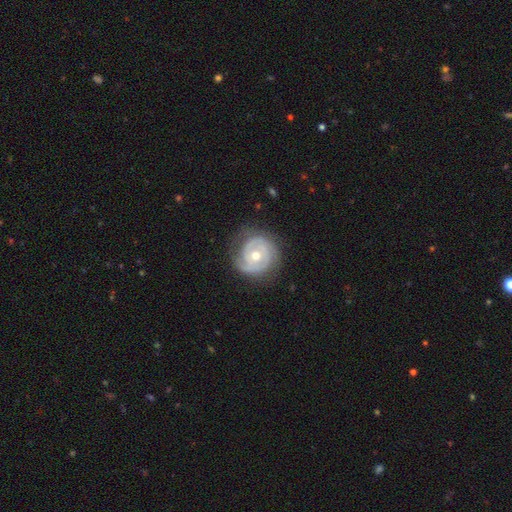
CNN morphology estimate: Q: Smooth or featured?
A: featured or disk (83%); runner-up: smooth (12%)
Q: Edge-on disk?
A: no (98%); runner-up: yes (2%)
Q: Bar?
A: no (68%); runner-up: weak (25%)
Q: Spiral arms?
A: yes (91%); runner-up: no (9%)
Q: Spiral winding?
A: tight (73%); runner-up: medium (22%)
Q: Spiral arm count?
A: 2 (53%); runner-up: can't tell (19%)
Q: Bulge size?
A: moderate (74%); runner-up: small (21%)
Q: Merging?
A: none (78%); runner-up: minor disturbance (16%)